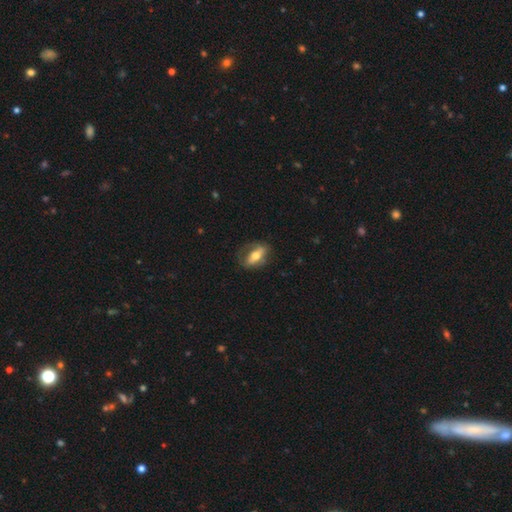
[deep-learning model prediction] smooth-or-featured: featured or disk: 53% | smooth: 41% | star or artifact: 6%
  disk-edge-on: no: 68% | yes: 32%
  merging: none: 66% | minor disturbance: 21% | major disturbance: 12% | merger: 2%